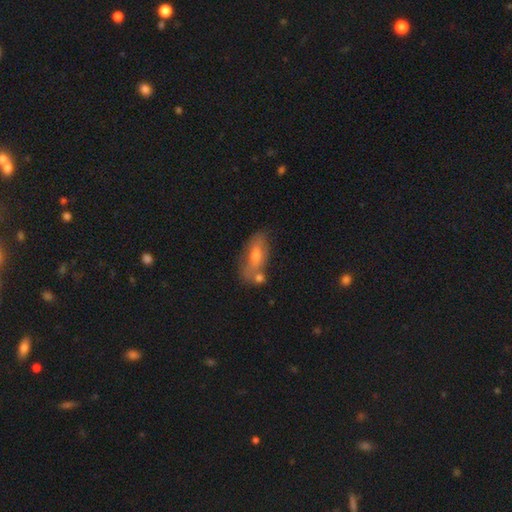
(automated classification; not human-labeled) A smooth galaxy with no disk features (54%) that is in between round and cigar-shaped (76%).

Vote fractions:
- Smooth or featured? smooth: 54% / featured or disk: 37% / star or artifact: 9%
- How rounded? in between: 76% / cigar-shaped: 20% / round: 5%
- Merging? none: 62% / minor disturbance: 19% / merger: 14% / major disturbance: 6%